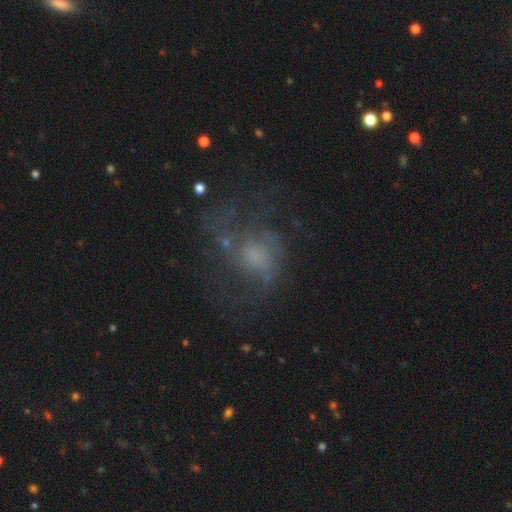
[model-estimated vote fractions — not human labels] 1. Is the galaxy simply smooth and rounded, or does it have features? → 56% featured or disk, 27% smooth, 17% star or artifact.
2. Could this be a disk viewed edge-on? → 97% no, 3% yes.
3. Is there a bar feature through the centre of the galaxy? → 78% no, 19% weak, 3% strong.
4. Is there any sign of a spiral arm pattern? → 64% yes, 36% no.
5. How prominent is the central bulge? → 34% moderate, 26% small, 25% none, 12% large, 2% dominant.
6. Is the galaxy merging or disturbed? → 48% none, 31% major disturbance, 17% minor disturbance, 4% merger.